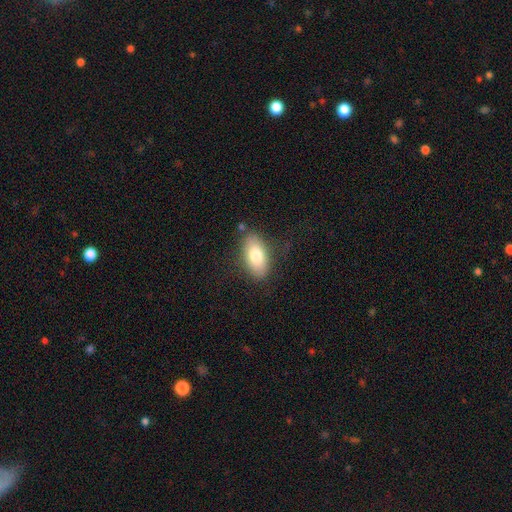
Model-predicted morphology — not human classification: type=smooth (78%); roundness=in between (91%); merging=none (79%).